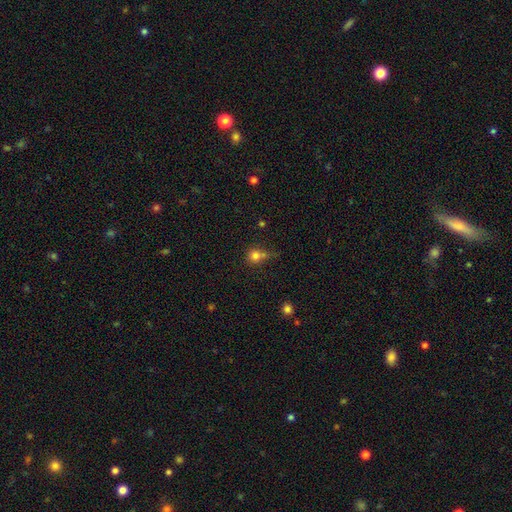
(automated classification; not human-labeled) The model was most divided on "merging": none: 43%, merger: 24%, minor disturbance: 21%, major disturbance: 13%. More confident: how rounded — round (82%); smooth or featured — smooth (77%).